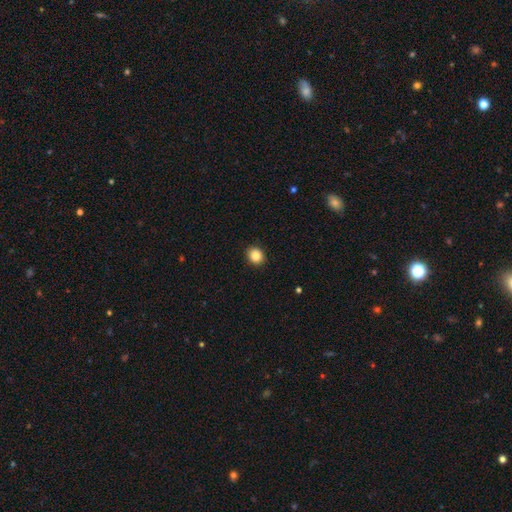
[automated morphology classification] Smooth or featured? smooth (87%)
How rounded? round (71%)
Merging? none (92%)